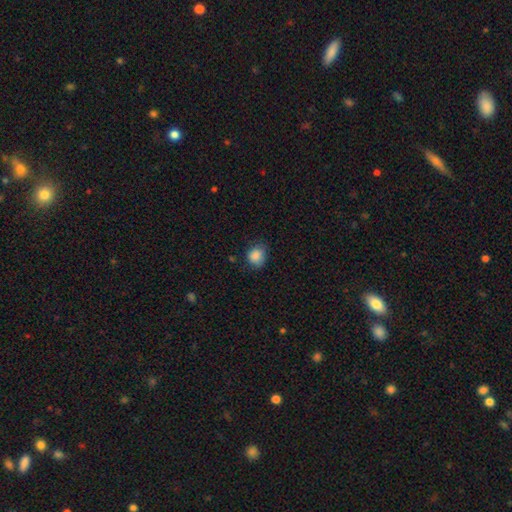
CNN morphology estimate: Smooth or featured?
  - smooth: 86% *
  - star or artifact: 10%
  - featured or disk: 4%
How rounded?
  - round: 69% *
  - in between: 30%
  - cigar-shaped: 1%
Merging?
  - none: 69% *
  - minor disturbance: 25%
  - major disturbance: 5%
  - merger: 1%